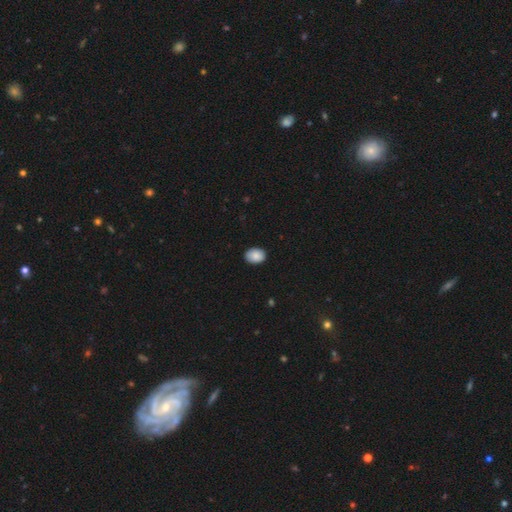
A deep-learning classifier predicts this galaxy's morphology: type=smooth (88%); roundness=in between (69%); merging=none (87%).